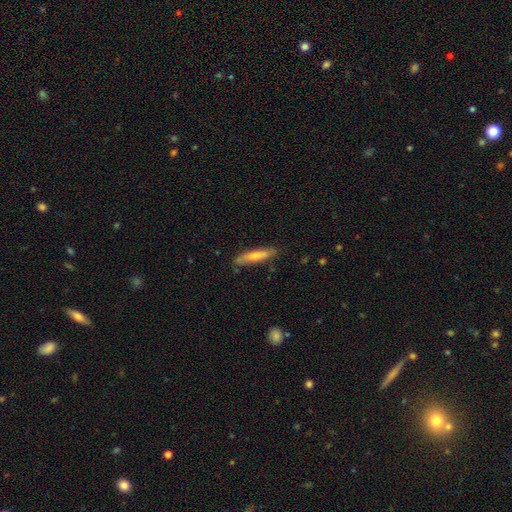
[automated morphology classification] Overall: smooth (68%). How rounded: cigar-shaped (83%). Merging: none (81%).